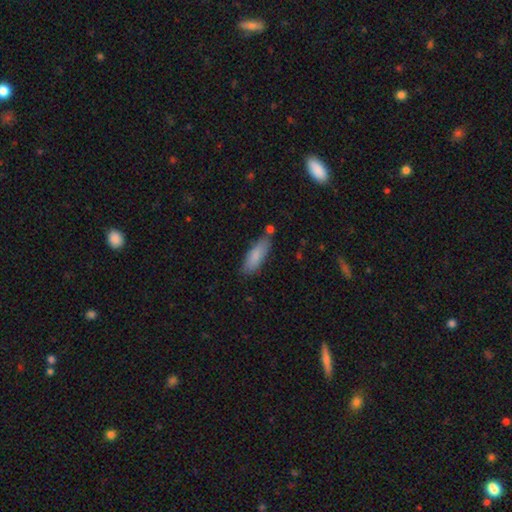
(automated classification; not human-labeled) Smooth or featured? smooth (84%)
How rounded? in between (58%)
Merging? none (73%)